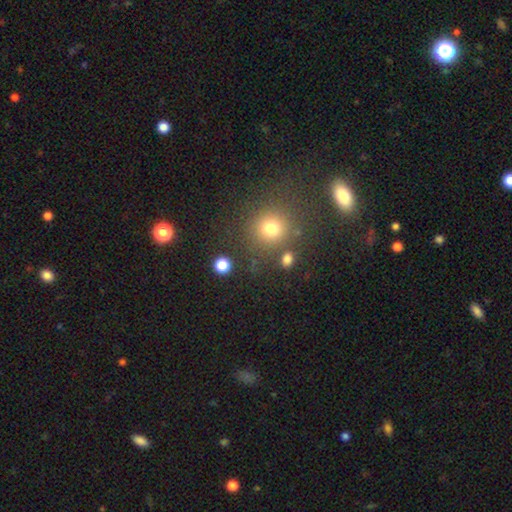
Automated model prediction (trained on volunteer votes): This is possibly a smooth galaxy (60%). How rounded: clearly round (87%). Merging: likely none (78%).